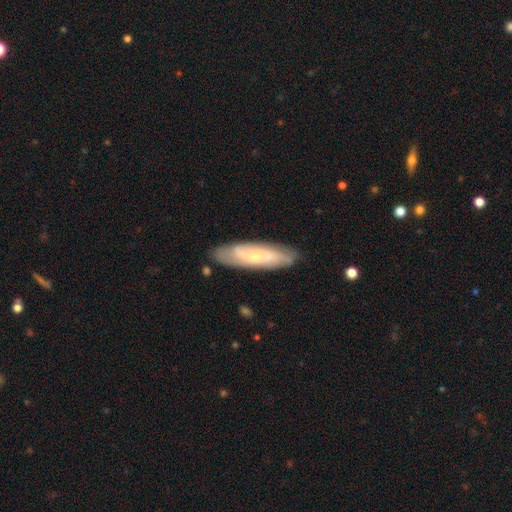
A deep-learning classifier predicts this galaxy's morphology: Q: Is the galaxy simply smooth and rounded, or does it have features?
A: featured or disk — 54%.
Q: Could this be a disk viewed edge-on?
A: no — 68%.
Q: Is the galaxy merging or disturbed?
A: none — 82%.